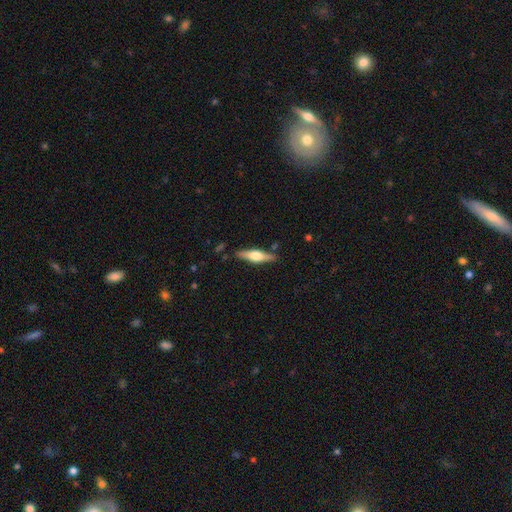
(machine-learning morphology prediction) Smooth or featured: featured or disk — 57% (smooth — 37%)
Edge-on disk: yes — 95% (no — 5%)
Edge-on bulge: rounded — 90% (boxy — 8%)
Merging: none — 84% (minor disturbance — 11%)